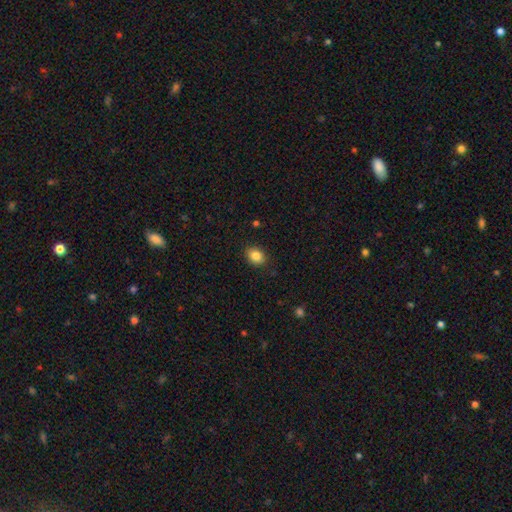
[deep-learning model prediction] smooth 85%, star or artifact 9%, featured or disk 5%. Down the decision tree: how rounded — in between (67%); merging — none (88%).